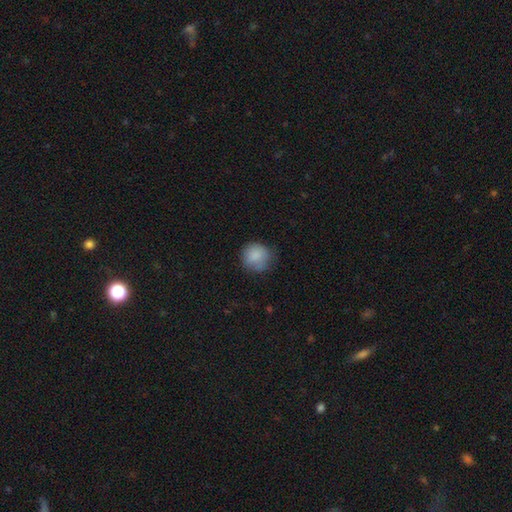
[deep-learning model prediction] A smooth galaxy with no disk features (85%) that is round (87%).

Vote fractions:
- Smooth or featured? smooth: 85% / star or artifact: 8% / featured or disk: 7%
- How rounded? round: 87% / in between: 12% / cigar-shaped: 1%
- Merging? none: 69% / minor disturbance: 23% / major disturbance: 6% / merger: 2%